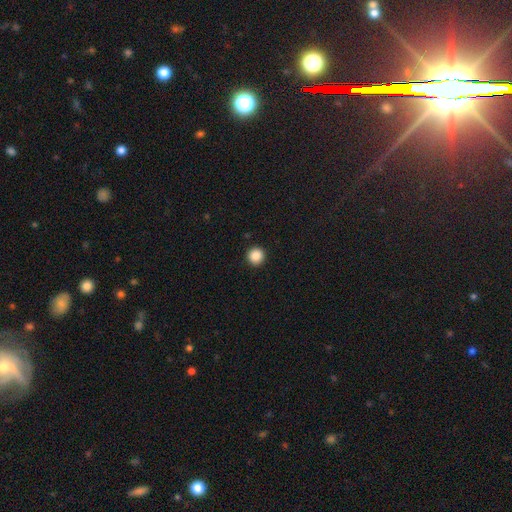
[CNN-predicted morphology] Smooth or featured?
  - smooth: 88% *
  - star or artifact: 10%
  - featured or disk: 3%
How rounded?
  - round: 96% *
  - in between: 3%
  - cigar-shaped: 1%
Merging?
  - none: 93% *
  - minor disturbance: 4%
  - major disturbance: 2%
  - merger: 1%